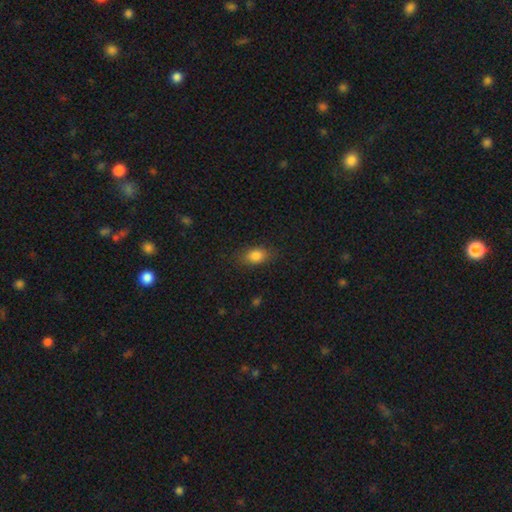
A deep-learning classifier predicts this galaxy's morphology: smooth 84%, star or artifact 9%, featured or disk 7%. Down the decision tree: how rounded — in between (82%); merging — none (81%).